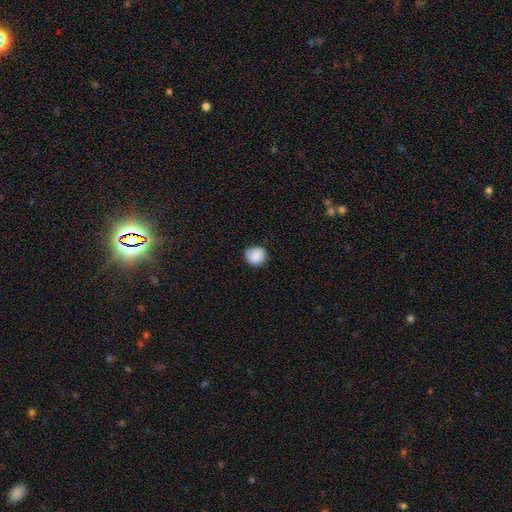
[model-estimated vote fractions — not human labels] Smooth or featured? smooth (88%)
How rounded? round (87%)
Merging? none (85%)